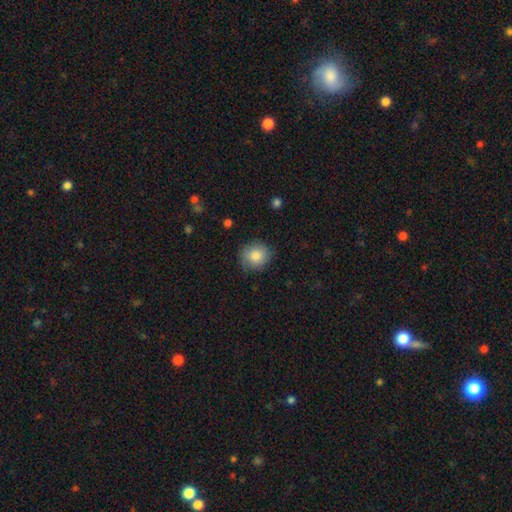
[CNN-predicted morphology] This appears to be a smooth galaxy with no disk features (83%) that is round (86%). Merging: none (78%).